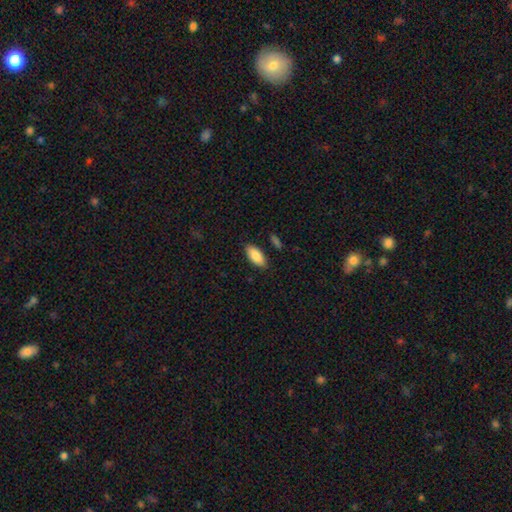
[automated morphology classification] type=smooth (88%); roundness=in between (90%); merging=none (86%).